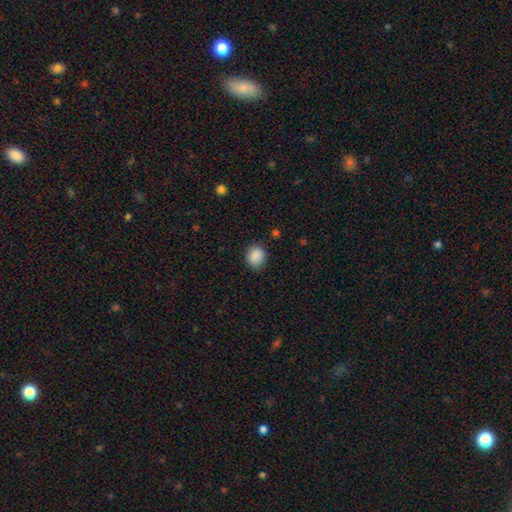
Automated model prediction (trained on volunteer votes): Overall: smooth (88%). How rounded: round (70%). Merging: none (82%).